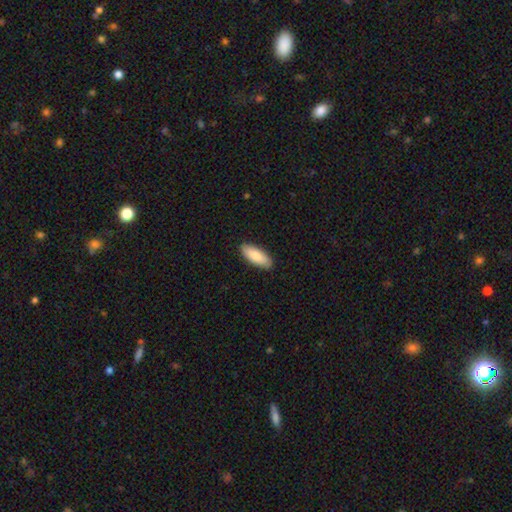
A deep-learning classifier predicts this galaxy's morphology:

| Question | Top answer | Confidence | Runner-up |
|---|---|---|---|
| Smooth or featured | smooth | 86% | featured or disk (9%) |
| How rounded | in between | 75% | cigar-shaped (24%) |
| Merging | none | 89% | minor disturbance (9%) |